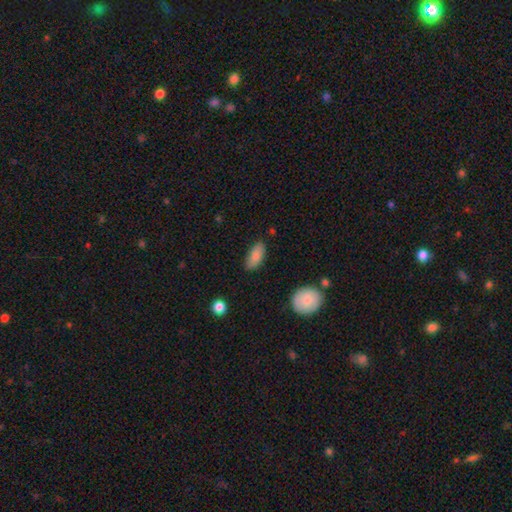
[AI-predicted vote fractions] smooth_or_featured: smooth (p=0.84) [alt: featured or disk p=0.09]
how_rounded: in between (p=0.85) [alt: cigar-shaped p=0.12]
merging: none (p=0.80) [alt: minor disturbance p=0.15]